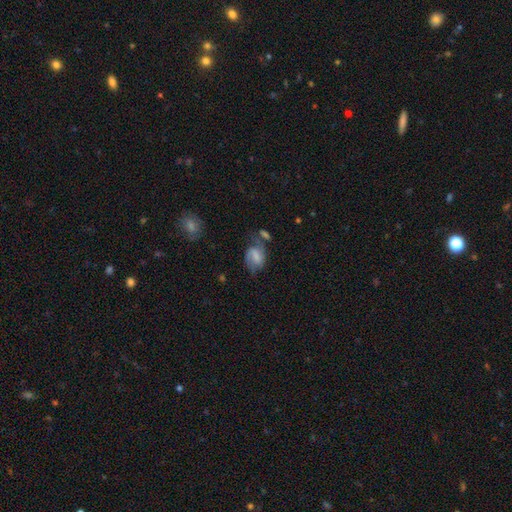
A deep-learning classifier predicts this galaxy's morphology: A featured or disk galaxy (48%). Merging: none (42%).